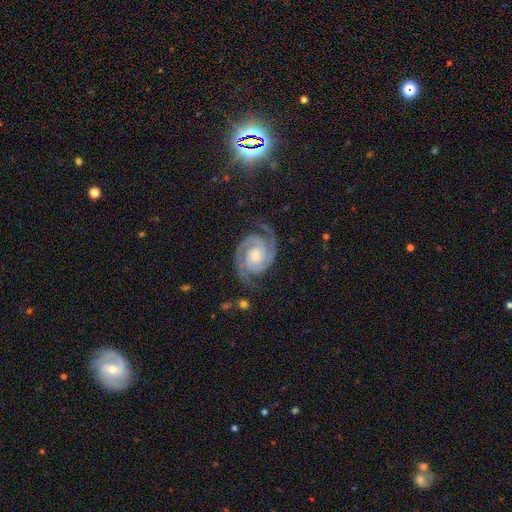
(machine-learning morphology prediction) Smooth or featured?
  - featured or disk: 93% *
  - star or artifact: 4%
  - smooth: 3%
Edge-on disk?
  - no: 98% *
  - yes: 2%
Bar?
  - no: 68% *
  - weak: 23%
  - strong: 9%
Spiral arms?
  - yes: 99% *
  - no: 1%
Spiral winding?
  - tight: 63% *
  - medium: 33%
  - loose: 4%
Spiral arm count?
  - 2: 90% *
  - 3: 4%
  - can't tell: 2%
  - 4: 1%
  - 1: 1%
  - more than 4: 1%
Bulge size?
  - small: 43% *
  - moderate: 42%
  - none: 7%
  - large: 7%
  - dominant: 2%
Merging?
  - none: 77% *
  - minor disturbance: 15%
  - major disturbance: 6%
  - merger: 1%